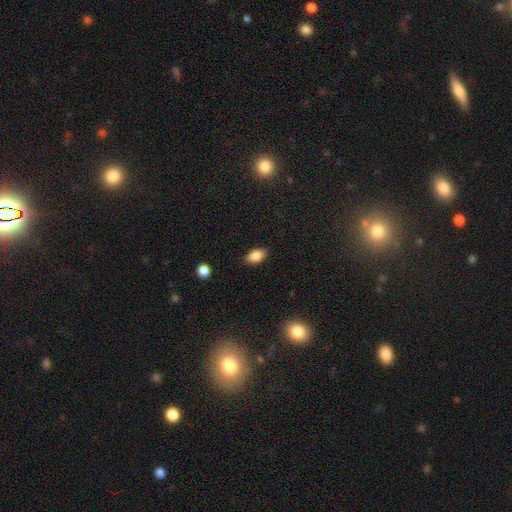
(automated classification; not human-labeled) smooth-or-featured: smooth: 84% | star or artifact: 9% | featured or disk: 7%
  how-rounded: in between: 90% | round: 7% | cigar-shaped: 3%
  merging: none: 87% | minor disturbance: 10% | major disturbance: 2% | merger: 1%